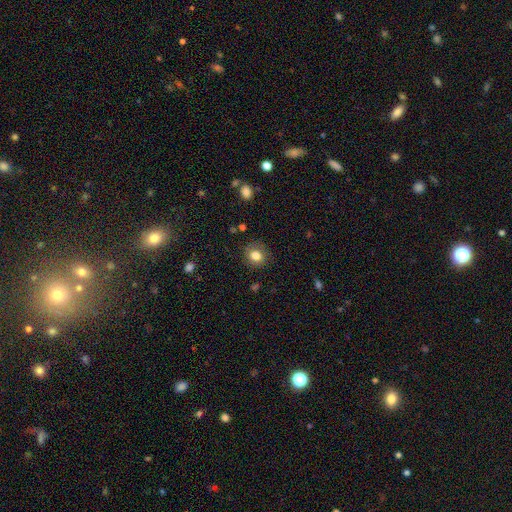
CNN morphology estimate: Smooth or featured?
  - smooth: 82% *
  - star or artifact: 10%
  - featured or disk: 8%
How rounded?
  - round: 75% *
  - in between: 24%
  - cigar-shaped: 1%
Merging?
  - none: 83% *
  - minor disturbance: 12%
  - major disturbance: 4%
  - merger: 1%